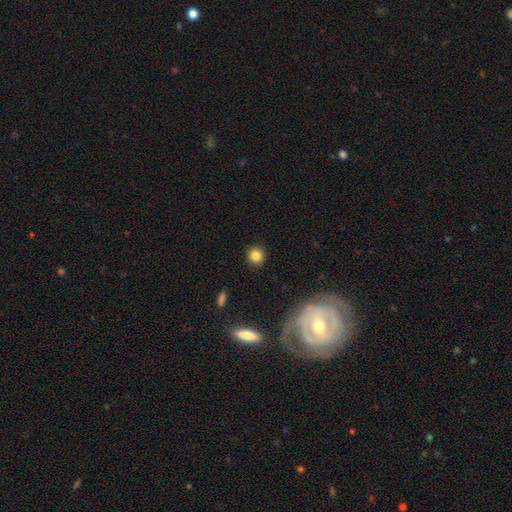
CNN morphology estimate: Smooth or featured: smooth — 82% (star or artifact — 12%)
How rounded: round — 88% (in between — 11%)
Merging: none — 90% (minor disturbance — 7%)